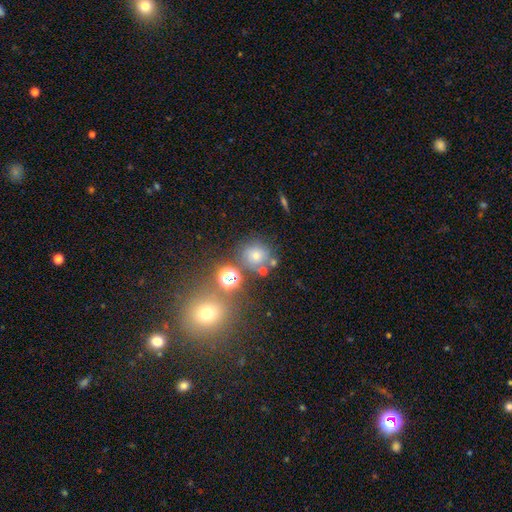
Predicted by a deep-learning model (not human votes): This is possibly a smooth galaxy (58%). How rounded: clearly round (86%). Merging: likely none (74%).